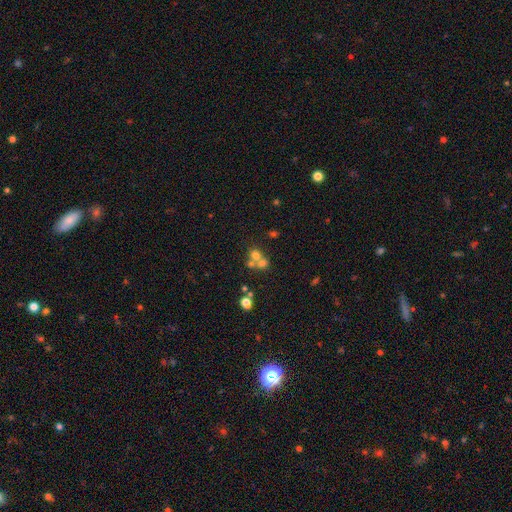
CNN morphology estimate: This is likely a smooth galaxy (62%). How rounded: likely round (79%). Merging: possibly merger (55%).